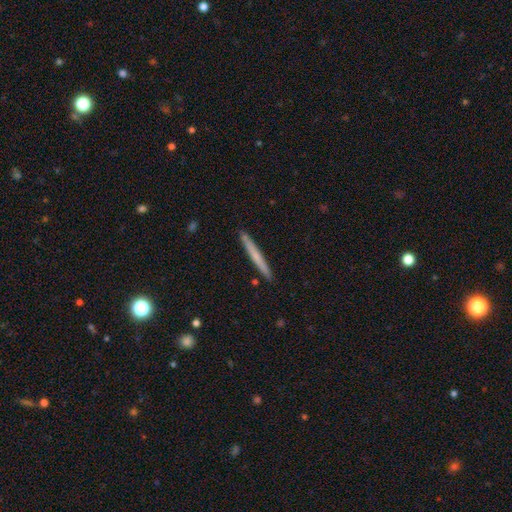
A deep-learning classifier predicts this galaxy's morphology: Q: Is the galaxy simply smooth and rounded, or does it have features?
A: smooth — 55%.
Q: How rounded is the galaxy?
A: cigar-shaped — 97%.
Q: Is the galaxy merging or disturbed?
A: none — 92%.